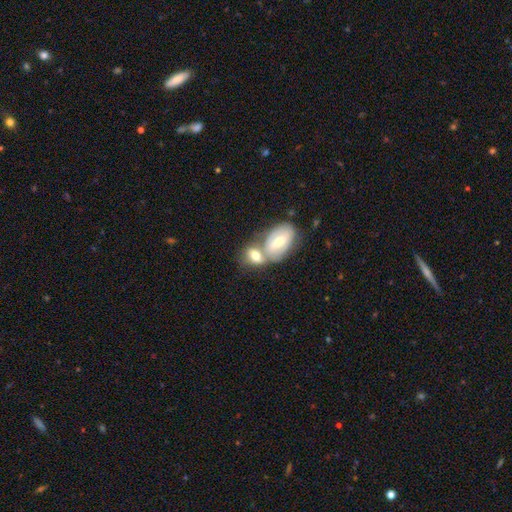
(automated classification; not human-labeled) This appears to be a smooth galaxy with no disk features (61%) that is in between round and cigar-shaped (82%). Merging: merger (61%).